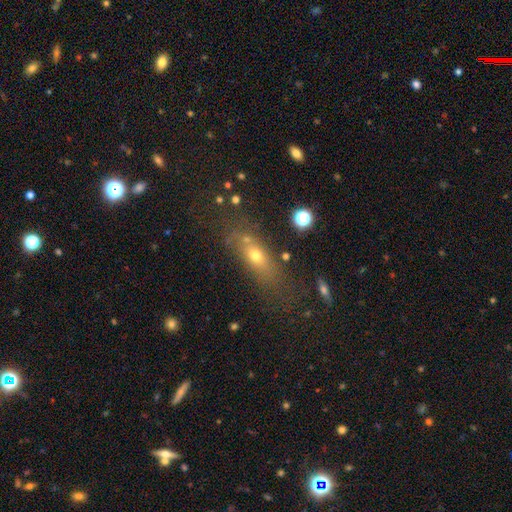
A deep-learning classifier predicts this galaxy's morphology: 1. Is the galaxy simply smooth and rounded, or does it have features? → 60% smooth, 24% featured or disk, 16% star or artifact.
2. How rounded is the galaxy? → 54% in between, 34% cigar-shaped, 12% round.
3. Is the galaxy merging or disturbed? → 65% none, 17% minor disturbance, 10% major disturbance, 8% merger.